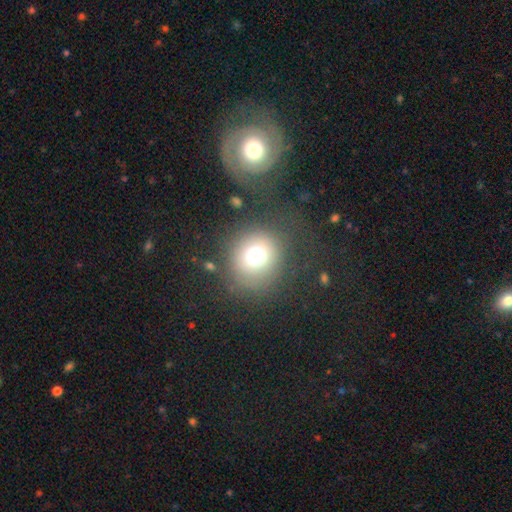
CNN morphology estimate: smooth_or_featured: smooth (p=0.69) [alt: star or artifact p=0.19]
how_rounded: round (p=0.87) [alt: in between p=0.12]
merging: none (p=0.74) [alt: minor disturbance p=0.11]